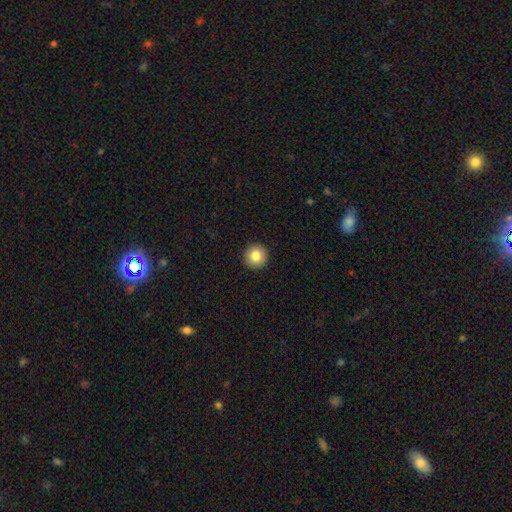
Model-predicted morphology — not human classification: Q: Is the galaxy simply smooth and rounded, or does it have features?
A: smooth — 84%.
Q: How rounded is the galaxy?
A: round — 95%.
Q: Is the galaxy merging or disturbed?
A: none — 93%.